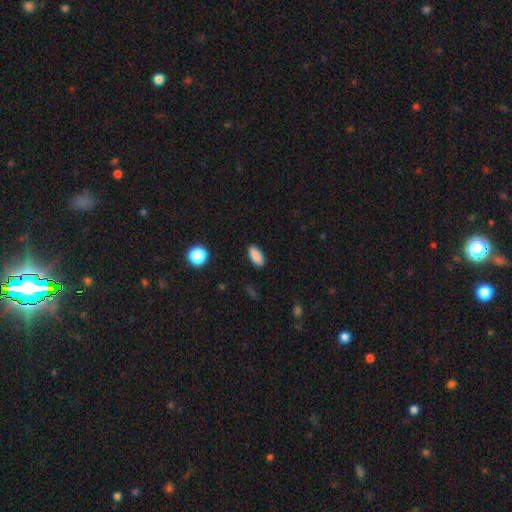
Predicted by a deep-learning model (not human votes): The model was most divided on "how rounded": in between: 88%, cigar-shaped: 9%, round: 3%. More confident: merging — none (89%); smooth or featured — smooth (88%).